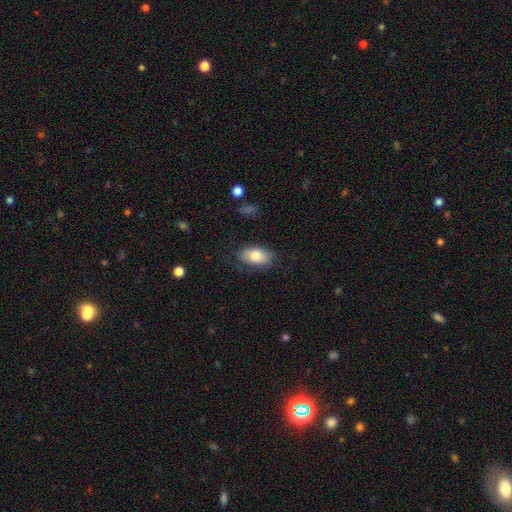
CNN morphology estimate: The model was most divided on "merging": none: 79%, minor disturbance: 15%, major disturbance: 4%, merger: 1%. More confident: how rounded — in between (92%); smooth or featured — smooth (79%).